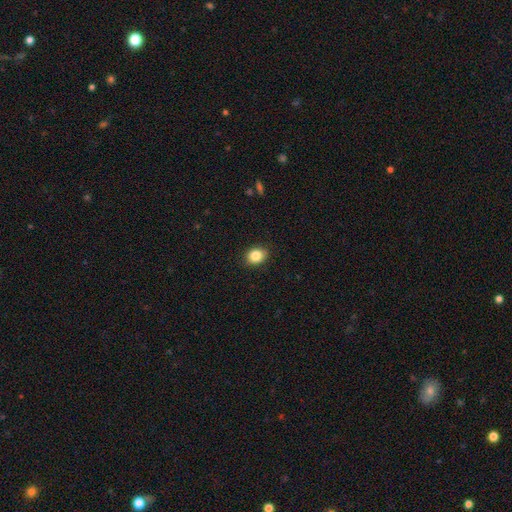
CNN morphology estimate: Q: Smooth or featured?
A: smooth (85%); runner-up: star or artifact (9%)
Q: How rounded?
A: in between (50%); runner-up: round (49%)
Q: Merging?
A: none (89%); runner-up: minor disturbance (8%)